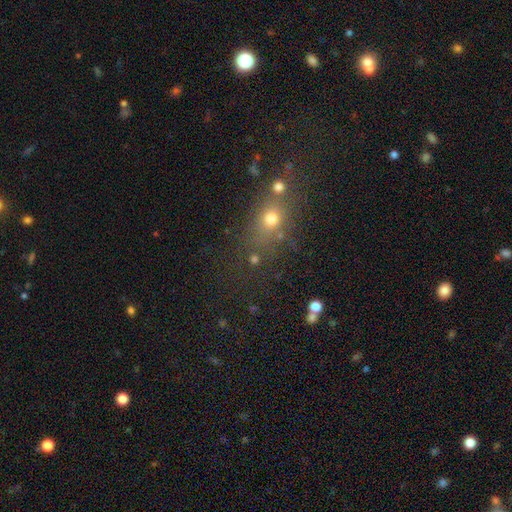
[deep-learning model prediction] This is possibly a smooth galaxy (53%). How rounded: possibly round (53%). Merging: likely none (68%).